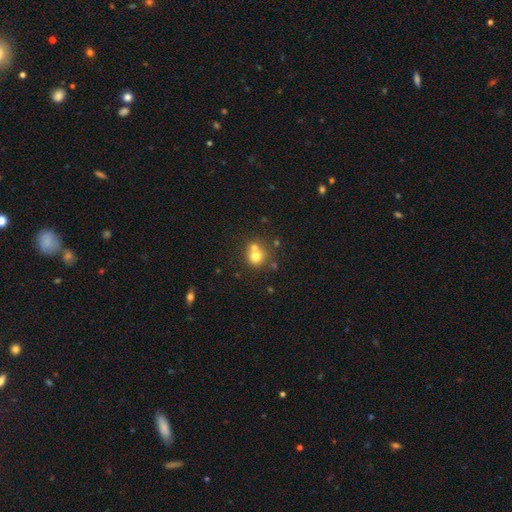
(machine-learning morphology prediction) This appears to be a smooth galaxy with no disk features (70%) that is round (87%). Merging: none (46%).